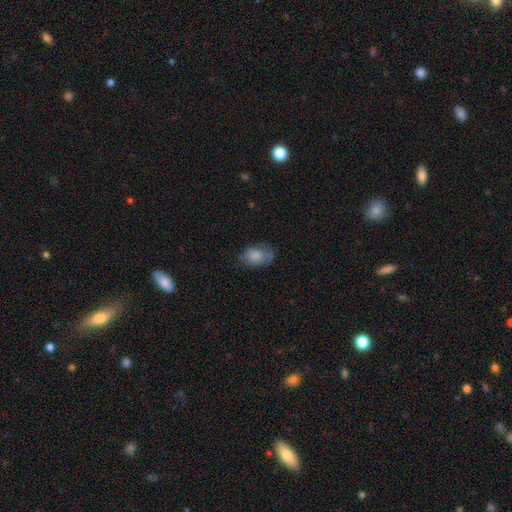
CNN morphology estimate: Overall: smooth (81%). How rounded: in between (82%). Merging: none (59%; minor disturbance 27%).